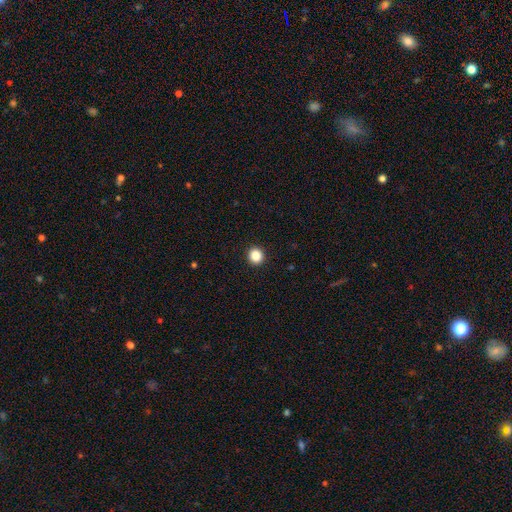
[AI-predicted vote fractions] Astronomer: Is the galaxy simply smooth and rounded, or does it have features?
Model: smooth — 86%.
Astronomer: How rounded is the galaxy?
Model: round — 91%.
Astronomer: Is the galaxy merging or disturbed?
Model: none — 93%.